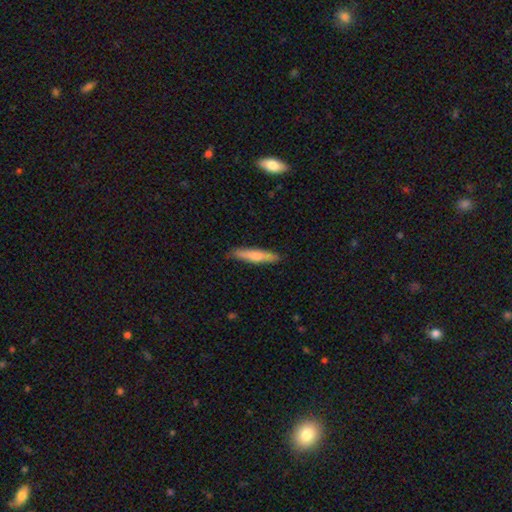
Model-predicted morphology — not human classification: smooth 61%, featured or disk 33%, star or artifact 5%. Down the decision tree: how rounded — cigar-shaped (89%); merging — none (89%).